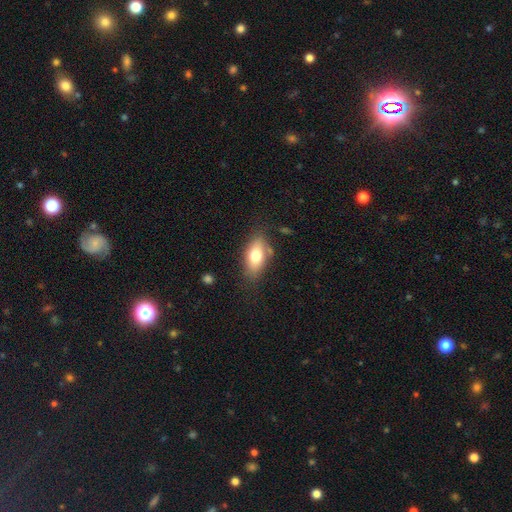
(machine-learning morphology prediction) This appears to be a smooth galaxy with no disk features (76%) that is in between round and cigar-shaped (87%). Merging: none (74%).